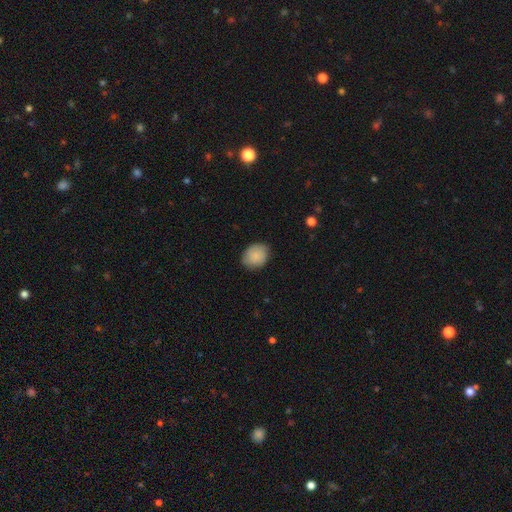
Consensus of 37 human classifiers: Volunteers were most divided on "how rounded": round: 57%, in between: 43%, cigar-shaped: 0%. More confident: merging — none (91%); smooth or featured — smooth (81%).